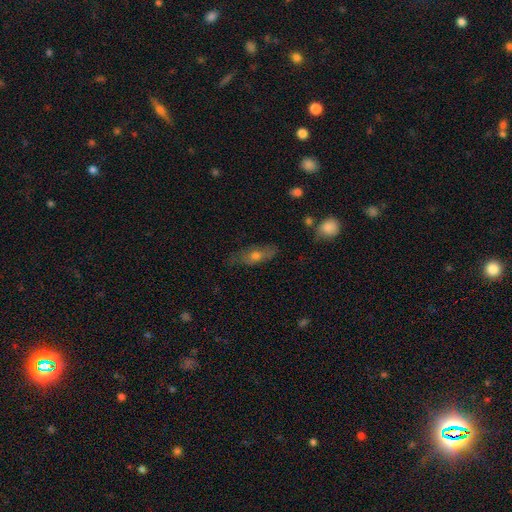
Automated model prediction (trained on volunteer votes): The model was most divided on "smooth or featured": smooth: 50%, featured or disk: 41%, star or artifact: 10%. More confident: merging — none (72%).